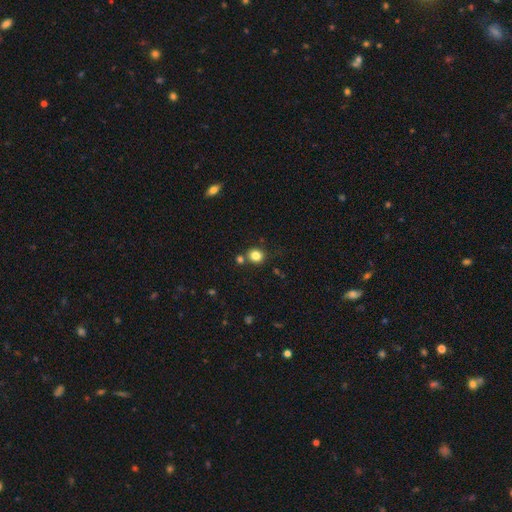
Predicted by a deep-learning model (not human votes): This appears to be a smooth galaxy with no disk features (83%) that is round (79%). Merging: none (75%).